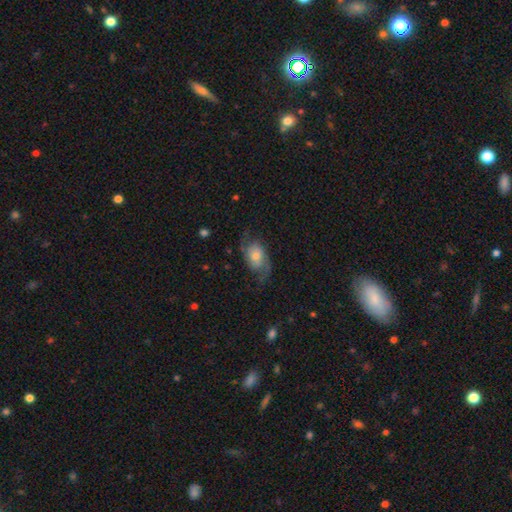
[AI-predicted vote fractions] Smooth or featured? Predicted: featured or disk (p=0.74). Edge-on disk? Predicted: no (p=0.96). Bar? Predicted: no (p=0.67). Spiral arms? Predicted: yes (p=0.94). Spiral winding? Predicted: loose (p=0.44). Spiral arm count? Predicted: 2 (p=0.89). Bulge size? Predicted: moderate (p=0.47). Merging? Predicted: none (p=0.68).